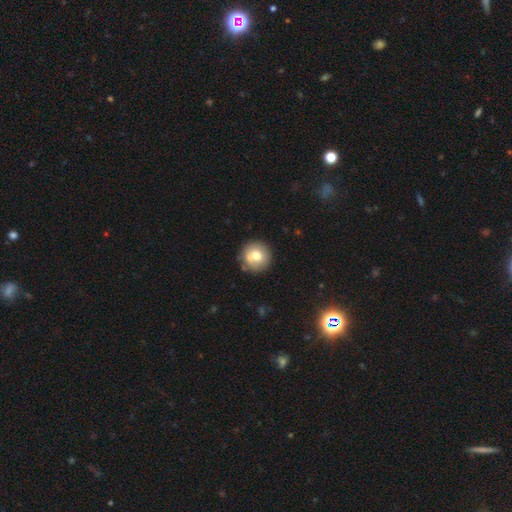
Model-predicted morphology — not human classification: This is likely a smooth galaxy (72%). How rounded: clearly round (95%). Merging: clearly none (81%).